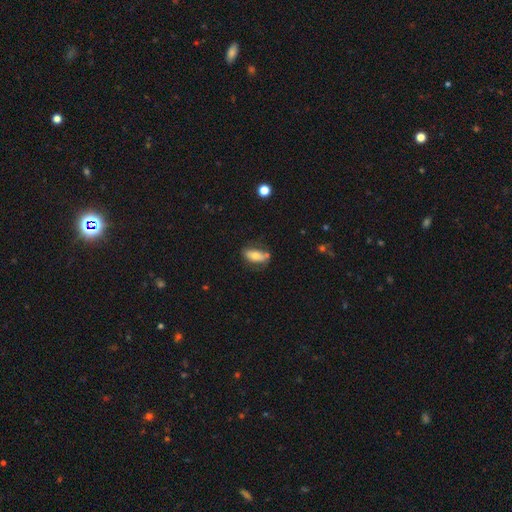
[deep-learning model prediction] smooth 67%, featured or disk 26%, star or artifact 8%. Down the decision tree: how rounded — in between (80%); merging — none (62%).